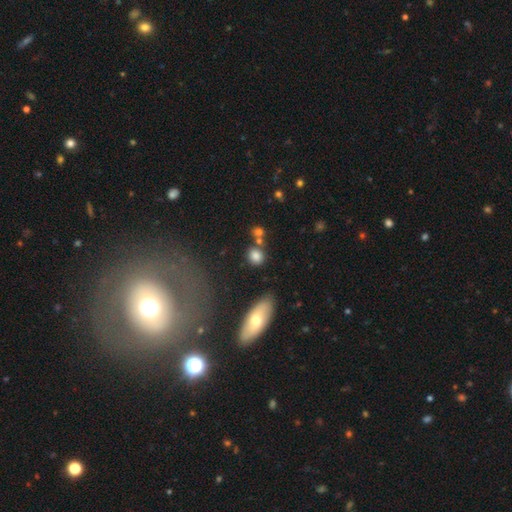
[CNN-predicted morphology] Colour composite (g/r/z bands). It shows a smooth galaxy with no disk features (82%) that is round (75%). Merging: none (65%).